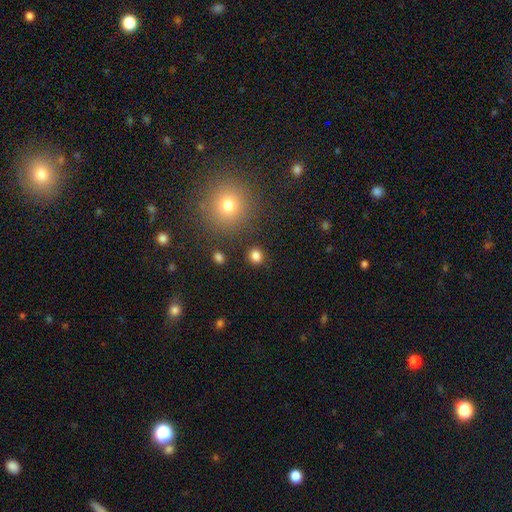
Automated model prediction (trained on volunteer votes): This appears to be a smooth galaxy with no disk features (82%) that is round (86%). Merging: none (88%).